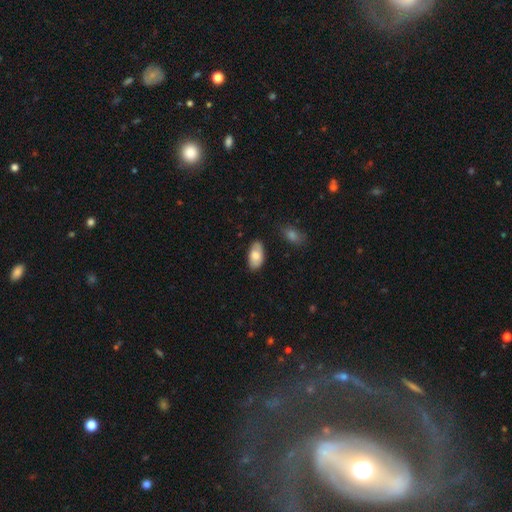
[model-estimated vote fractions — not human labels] This is likely a smooth galaxy (75%). How rounded: clearly in between (95%). Merging: likely none (76%).